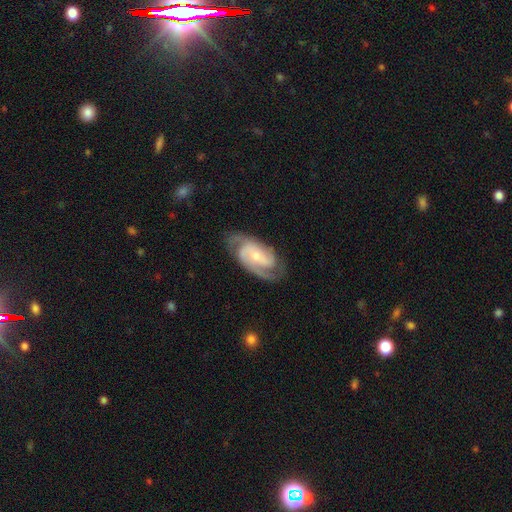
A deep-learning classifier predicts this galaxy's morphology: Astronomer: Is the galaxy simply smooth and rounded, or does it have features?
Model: featured or disk — 87%.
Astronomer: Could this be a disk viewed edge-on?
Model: no — 96%.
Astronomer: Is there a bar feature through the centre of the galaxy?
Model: no — 43% (runner-up: weak, 39%).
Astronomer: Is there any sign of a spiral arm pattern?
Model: yes — 97%.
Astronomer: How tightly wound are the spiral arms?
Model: medium — 48% (runner-up: tight, 41%).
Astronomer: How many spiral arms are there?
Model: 2 — 63%.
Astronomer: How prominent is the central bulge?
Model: small — 62%.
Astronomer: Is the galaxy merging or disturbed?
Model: none — 72%.